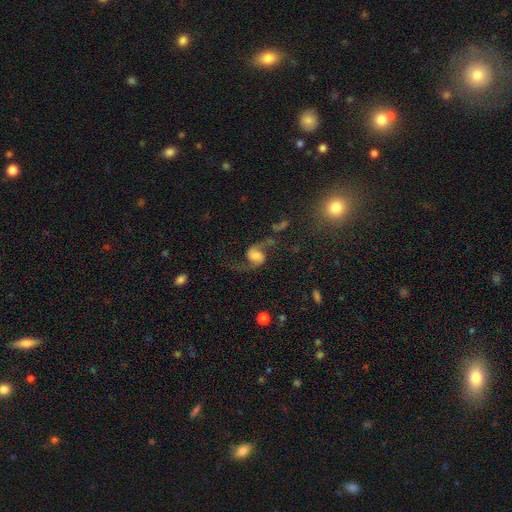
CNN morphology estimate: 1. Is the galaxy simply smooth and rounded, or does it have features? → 84% featured or disk, 9% smooth, 7% star or artifact.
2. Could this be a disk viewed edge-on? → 97% no, 3% yes.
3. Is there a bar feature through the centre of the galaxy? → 53% no, 36% weak, 11% strong.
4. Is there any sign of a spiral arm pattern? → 96% yes, 4% no.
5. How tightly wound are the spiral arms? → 81% loose, 16% medium, 3% tight.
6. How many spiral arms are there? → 93% 2, 2% 1, 1% can't tell, 1% 3, 1% 4, 1% more than 4.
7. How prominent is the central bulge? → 41% moderate, 25% large, 21% small, 8% none, 5% dominant.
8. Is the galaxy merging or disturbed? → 67% none, 15% major disturbance, 13% minor disturbance, 4% merger.